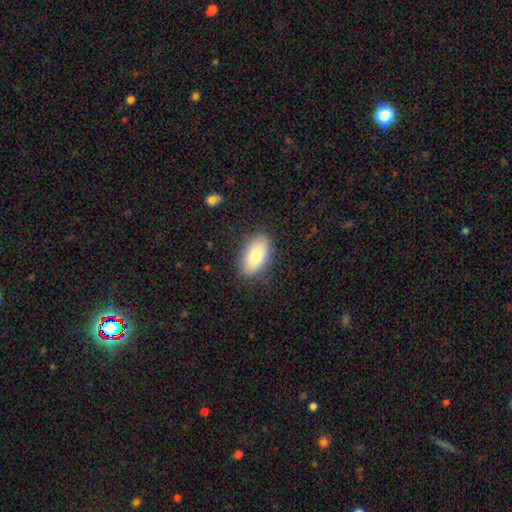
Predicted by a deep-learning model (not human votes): smooth_or_featured: smooth (p=0.81) [alt: featured or disk p=0.12]
how_rounded: in between (p=0.94) [alt: round p=0.04]
merging: none (p=0.85) [alt: minor disturbance p=0.11]